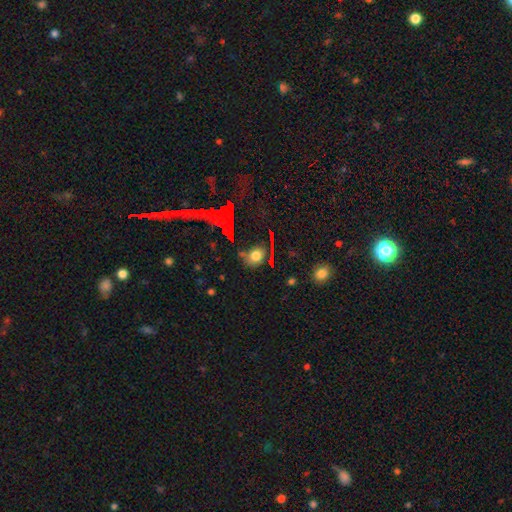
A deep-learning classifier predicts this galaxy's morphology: smooth 72%, star or artifact 15%, featured or disk 13%. Down the decision tree: how rounded — round (67%); merging — none (66%).